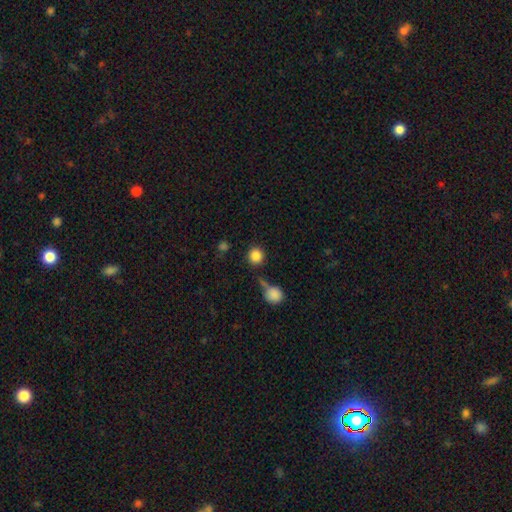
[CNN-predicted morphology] This appears to be a smooth galaxy with no disk features (85%) that is round (93%). Merging: none (77%).